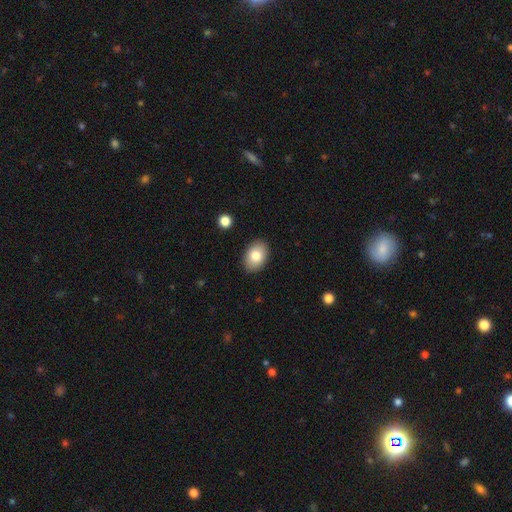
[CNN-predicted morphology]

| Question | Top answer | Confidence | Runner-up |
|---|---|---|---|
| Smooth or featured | smooth | 82% | featured or disk (11%) |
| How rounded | in between | 82% | round (17%) |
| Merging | none | 89% | minor disturbance (8%) |